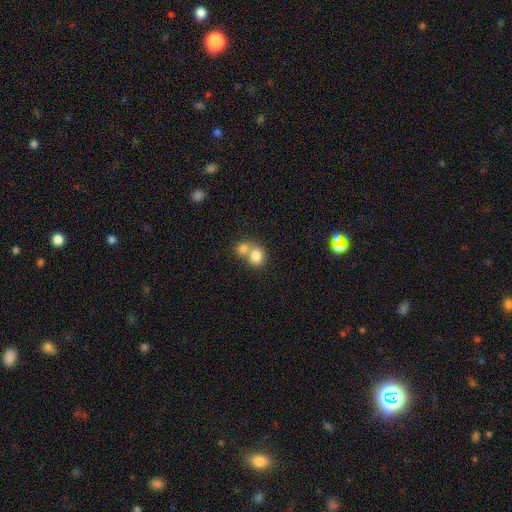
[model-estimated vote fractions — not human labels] This appears to be a smooth galaxy with no disk features (80%) that is round (75%). Merging: merger (61%).